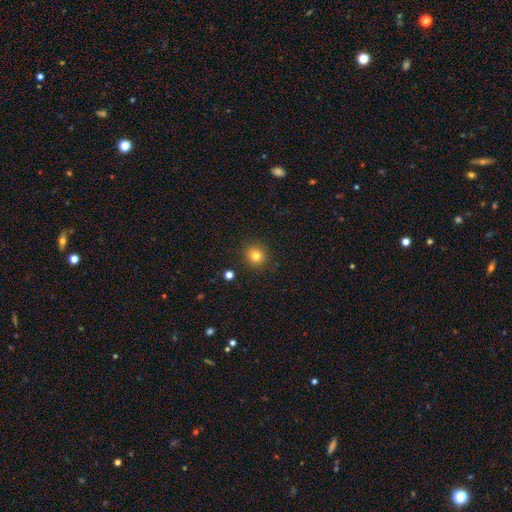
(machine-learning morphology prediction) smooth-or-featured: smooth: 81% | star or artifact: 12% | featured or disk: 7%
  how-rounded: round: 91% | in between: 8% | cigar-shaped: 1%
  merging: none: 90% | minor disturbance: 6% | major disturbance: 2% | merger: 2%